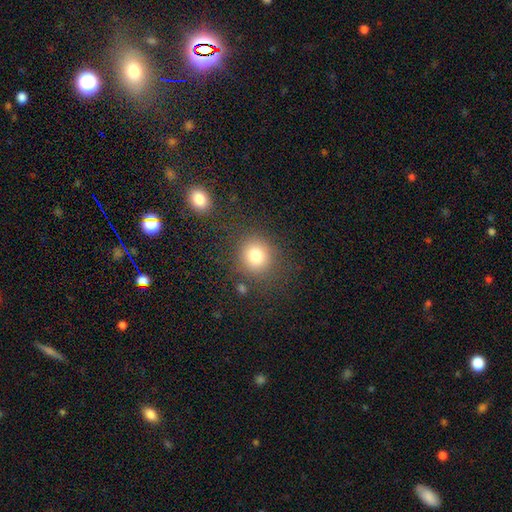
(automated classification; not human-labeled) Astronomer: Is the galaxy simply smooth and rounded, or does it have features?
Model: smooth — 79%.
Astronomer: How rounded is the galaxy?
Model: round — 86%.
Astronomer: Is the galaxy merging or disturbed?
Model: none — 82%.